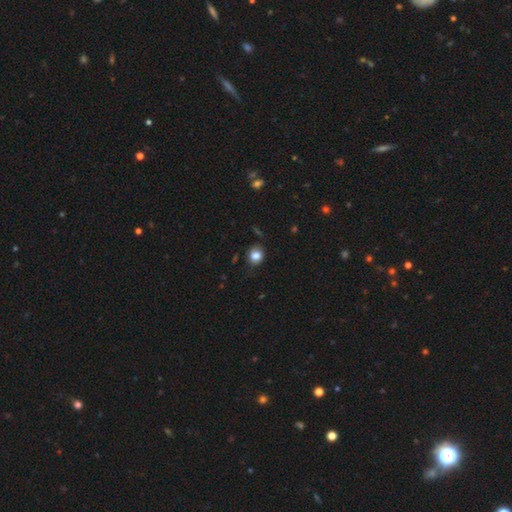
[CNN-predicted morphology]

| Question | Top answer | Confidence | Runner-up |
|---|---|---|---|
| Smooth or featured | smooth | 82% | star or artifact (11%) |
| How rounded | round | 66% | in between (33%) |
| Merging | none | 74% | minor disturbance (19%) |